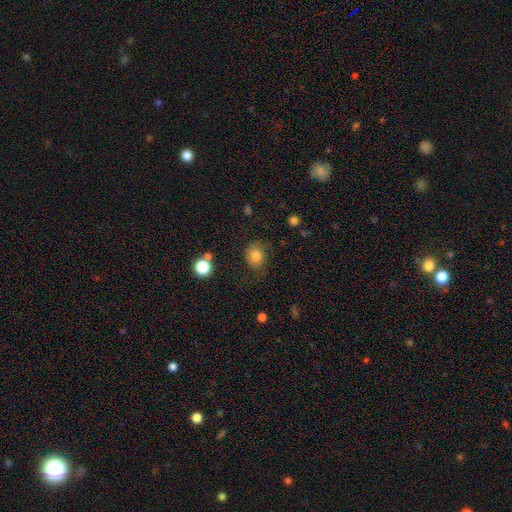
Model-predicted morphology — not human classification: The model was most divided on "how rounded": round: 71%, in between: 28%, cigar-shaped: 1%. More confident: smooth or featured — smooth (79%); merging — none (68%).